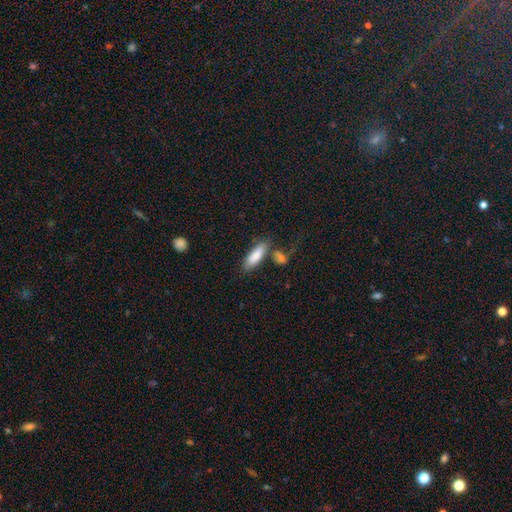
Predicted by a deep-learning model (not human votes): smooth_or_featured: smooth (p=0.83) [alt: featured or disk p=0.10]
how_rounded: in between (p=0.58) [alt: cigar-shaped p=0.40]
merging: none (p=0.64) [alt: minor disturbance p=0.16]